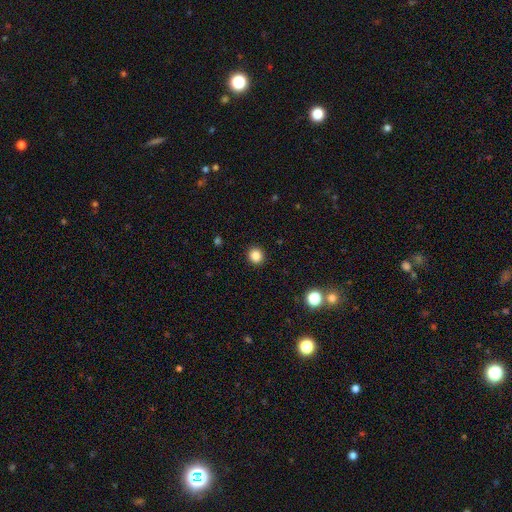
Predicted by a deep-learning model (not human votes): smooth-or-featured: smooth: 85% | star or artifact: 11% | featured or disk: 4%
  how-rounded: round: 91% | in between: 8% | cigar-shaped: 1%
  merging: none: 92% | minor disturbance: 5% | major disturbance: 2% | merger: 1%